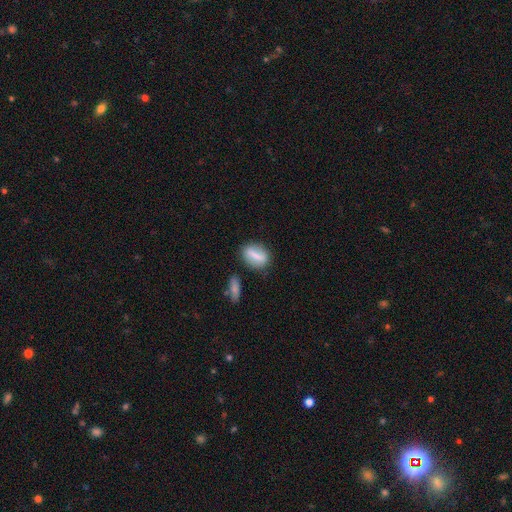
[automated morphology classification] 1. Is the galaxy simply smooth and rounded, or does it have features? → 67% smooth, 25% featured or disk, 8% star or artifact.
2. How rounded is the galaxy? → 67% in between, 17% round, 16% cigar-shaped.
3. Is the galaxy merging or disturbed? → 74% none, 15% minor disturbance, 5% merger, 5% major disturbance.